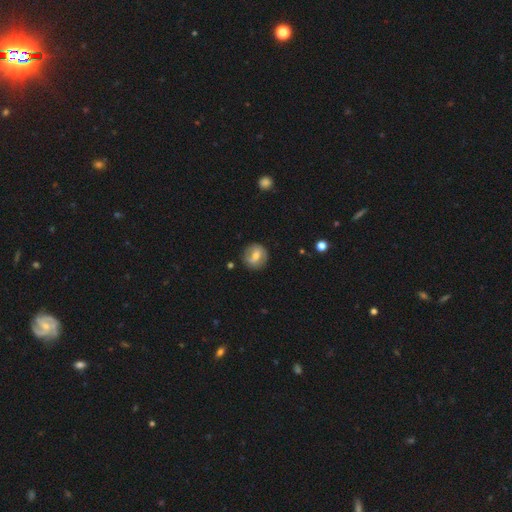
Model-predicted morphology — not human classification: Smooth or featured: featured or disk — 51% (smooth — 41%)
Edge-on disk: no — 96% (yes — 4%)
Merging: none — 82% (minor disturbance — 13%)